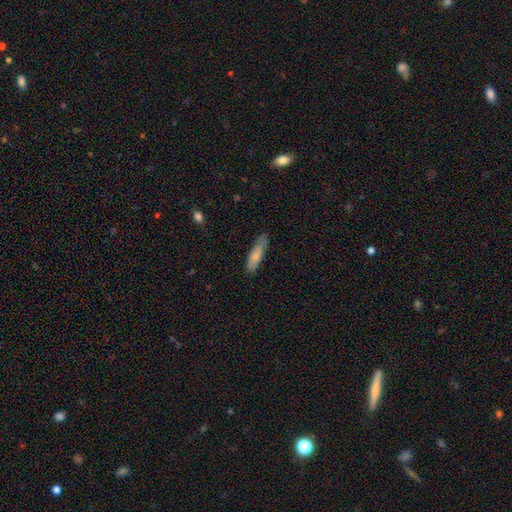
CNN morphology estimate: This appears to be a smooth galaxy with no disk features (79%) that is cigar-shaped (67%). Merging: none (70%).